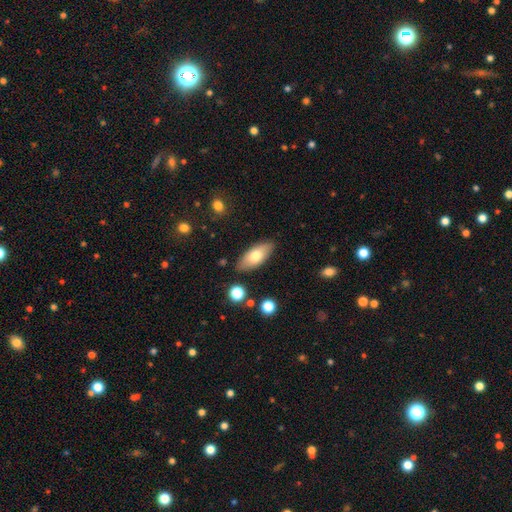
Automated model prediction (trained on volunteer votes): The model was most divided on "smooth or featured": smooth: 70%, featured or disk: 24%, star or artifact: 6%. More confident: how rounded — in between (85%); merging — none (84%).